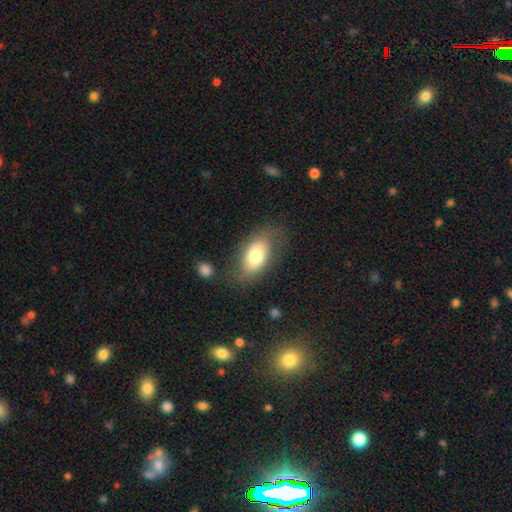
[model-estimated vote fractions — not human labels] Smooth or featured: smooth — 73% (featured or disk — 19%)
How rounded: in between — 91% (round — 7%)
Merging: none — 70% (minor disturbance — 18%)